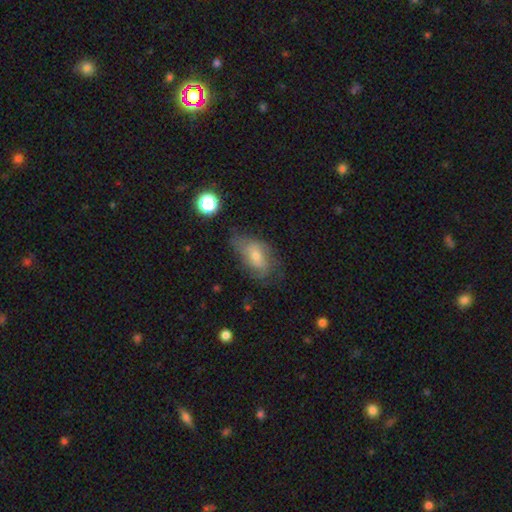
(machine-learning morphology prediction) The model was most divided on "smooth or featured": smooth: 50%, featured or disk: 40%, star or artifact: 10%. Remaining: merging — none (48%).